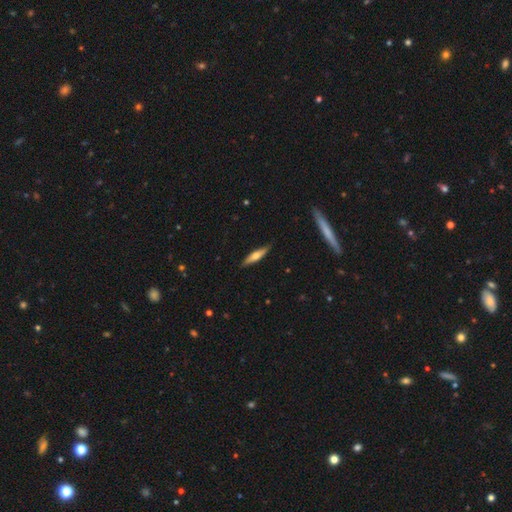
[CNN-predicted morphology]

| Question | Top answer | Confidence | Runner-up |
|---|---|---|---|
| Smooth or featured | smooth | 48% | featured or disk (46%) |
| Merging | none | 86% | minor disturbance (11%) |